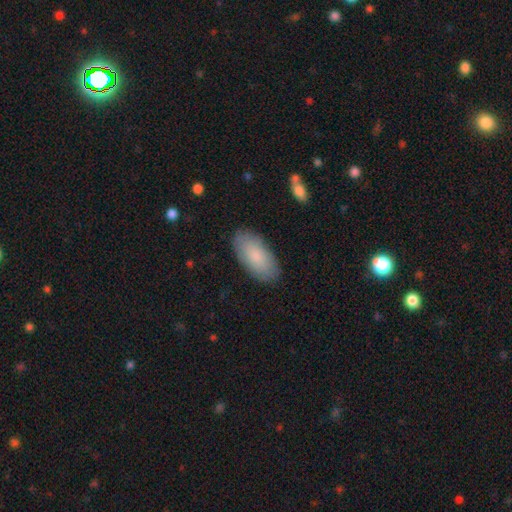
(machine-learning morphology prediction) Q: Smooth or featured?
A: smooth (83%); runner-up: featured or disk (11%)
Q: How rounded?
A: in between (93%); runner-up: cigar-shaped (5%)
Q: Merging?
A: none (86%); runner-up: minor disturbance (10%)